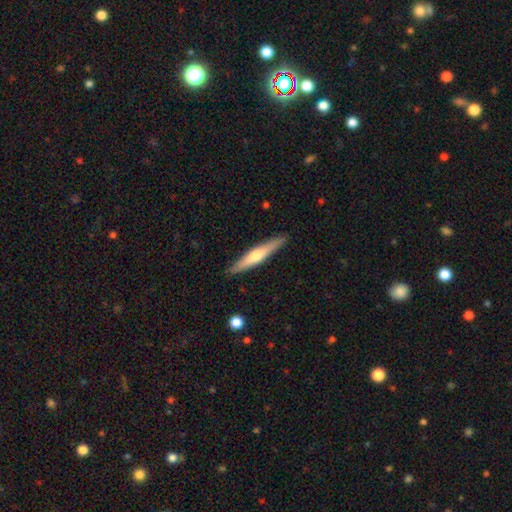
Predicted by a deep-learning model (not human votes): smooth-or-featured: featured or disk: 51% | smooth: 43% | star or artifact: 5%
  disk-edge-on: yes: 95% | no: 5%
  merging: none: 90% | minor disturbance: 8% | major disturbance: 1% | merger: 1%